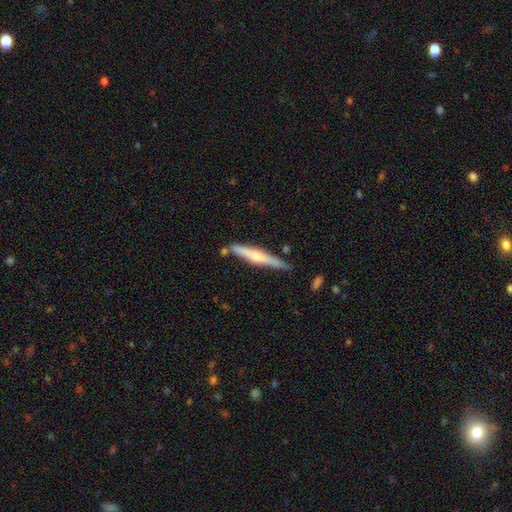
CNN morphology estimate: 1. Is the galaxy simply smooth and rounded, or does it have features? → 55% featured or disk, 39% smooth, 6% star or artifact.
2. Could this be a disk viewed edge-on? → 95% yes, 5% no.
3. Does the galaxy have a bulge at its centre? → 82% rounded, 13% none, 5% boxy.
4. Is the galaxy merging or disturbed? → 78% none, 15% minor disturbance, 5% merger, 3% major disturbance.